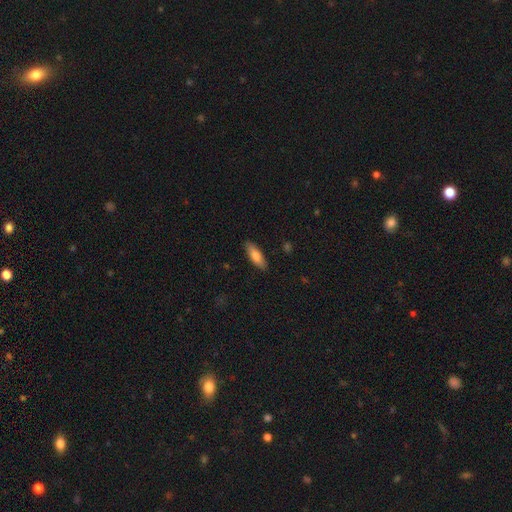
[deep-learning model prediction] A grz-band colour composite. It shows a smooth galaxy with no disk features (77%) that is in between round and cigar-shaped (59%). Merging: none (88%).